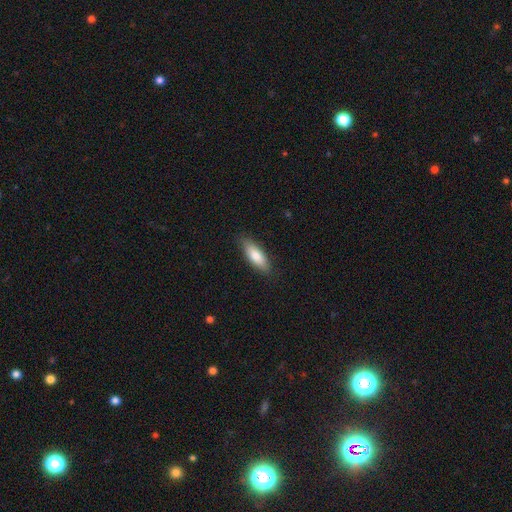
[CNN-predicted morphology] Overall: smooth (80%). How rounded: in between (60%; cigar-shaped 38%). Merging: none (85%).